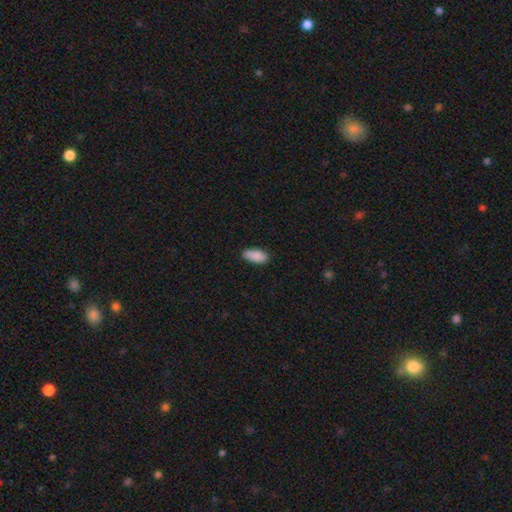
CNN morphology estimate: Overall: smooth (89%). How rounded: in between (88%). Merging: none (83%).